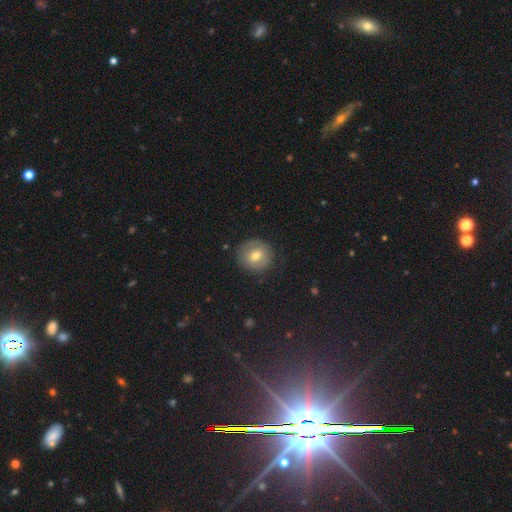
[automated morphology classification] A smooth galaxy with no disk features (54%) that is round (87%).

Vote fractions:
- Smooth or featured? smooth: 54% / featured or disk: 37% / star or artifact: 9%
- How rounded? round: 87% / in between: 12% / cigar-shaped: 1%
- Merging? none: 82% / minor disturbance: 12% / major disturbance: 4% / merger: 1%